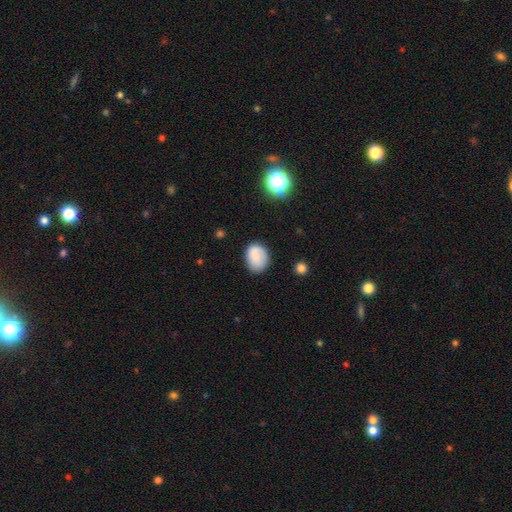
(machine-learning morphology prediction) Smooth or featured? Predicted: smooth (p=0.80). How rounded? Predicted: in between (p=0.59). Merging? Predicted: none (p=0.74).